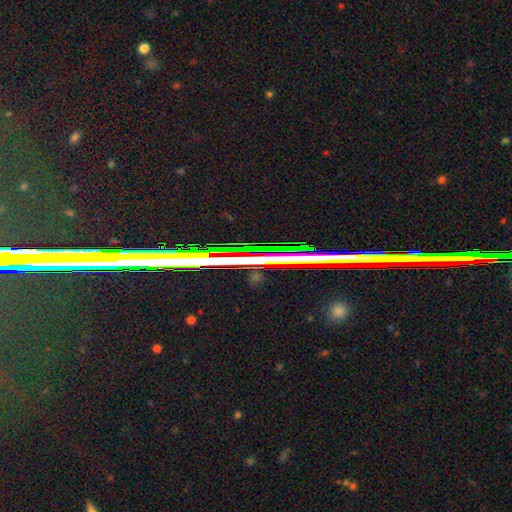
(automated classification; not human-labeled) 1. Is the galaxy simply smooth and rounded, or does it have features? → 69% star or artifact, 19% featured or disk, 12% smooth.